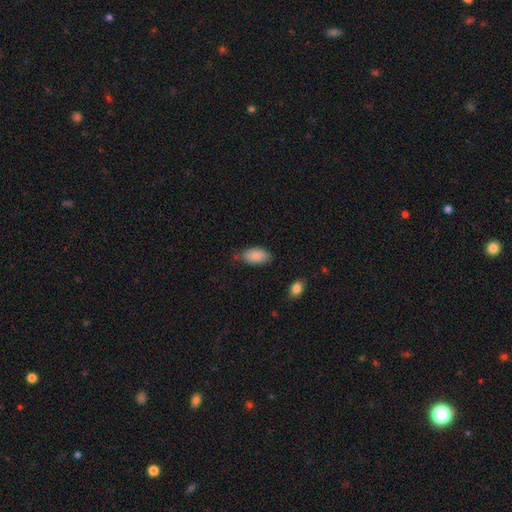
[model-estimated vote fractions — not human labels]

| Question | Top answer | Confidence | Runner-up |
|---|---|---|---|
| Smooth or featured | smooth | 87% | star or artifact (7%) |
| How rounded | in between | 94% | cigar-shaped (3%) |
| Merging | none | 66% | minor disturbance (27%) |